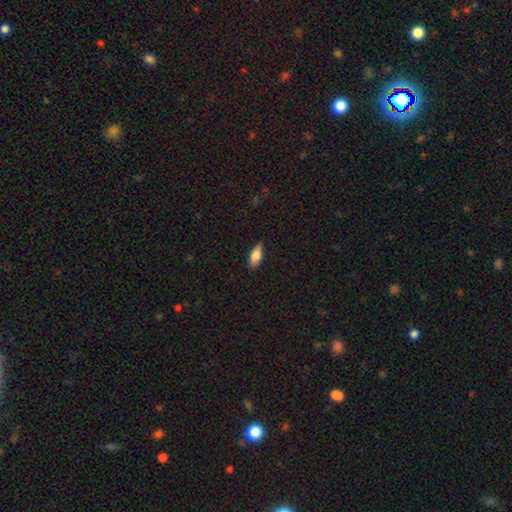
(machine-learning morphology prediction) smooth 75%, featured or disk 18%, star or artifact 7%. Down the decision tree: how rounded — in between (79%); merging — none (84%).